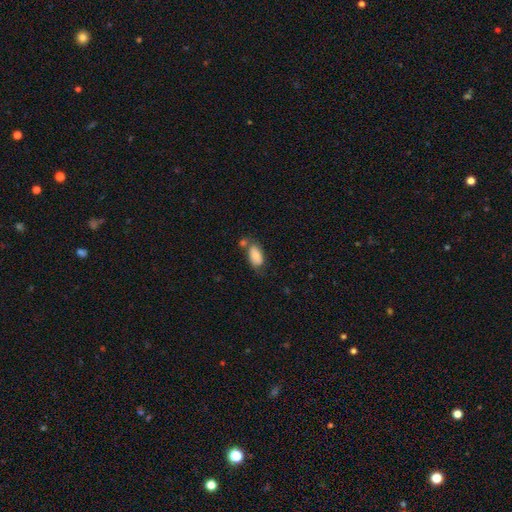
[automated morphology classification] Overall: smooth (81%). How rounded: in between (93%). Merging: none (52%; minor disturbance 21%).